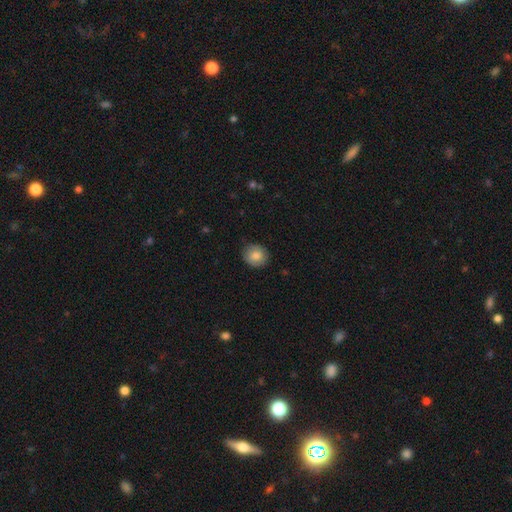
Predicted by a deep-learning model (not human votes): smooth 82%, featured or disk 11%, star or artifact 7%. Down the decision tree: how rounded — round (83%); merging — none (85%).